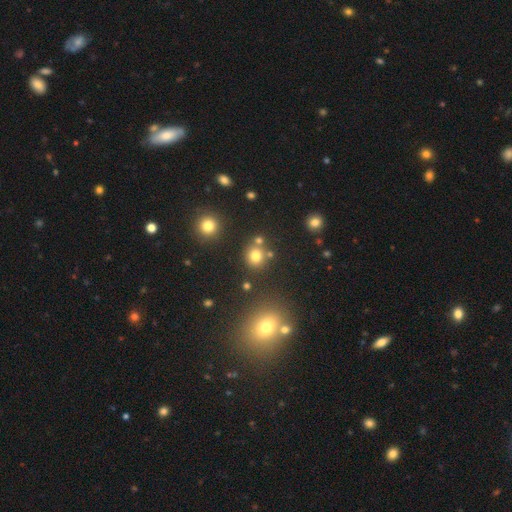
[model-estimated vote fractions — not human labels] Overall: smooth (75%). How rounded: round (85%). Merging: none (73%).